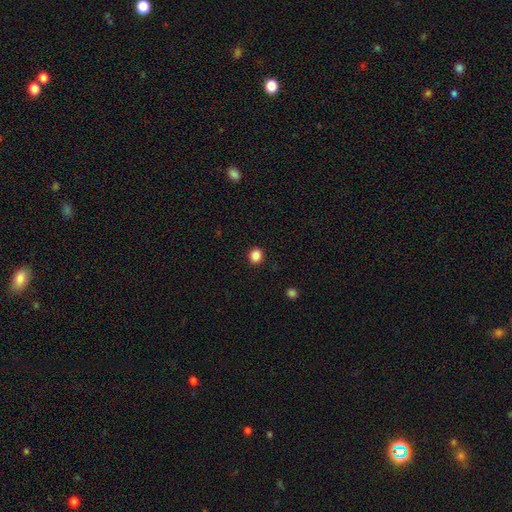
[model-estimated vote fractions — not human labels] smooth_or_featured: smooth (p=0.86) [alt: star or artifact p=0.10]
how_rounded: round (p=0.72) [alt: in between p=0.27]
merging: none (p=0.91) [alt: minor disturbance p=0.06]